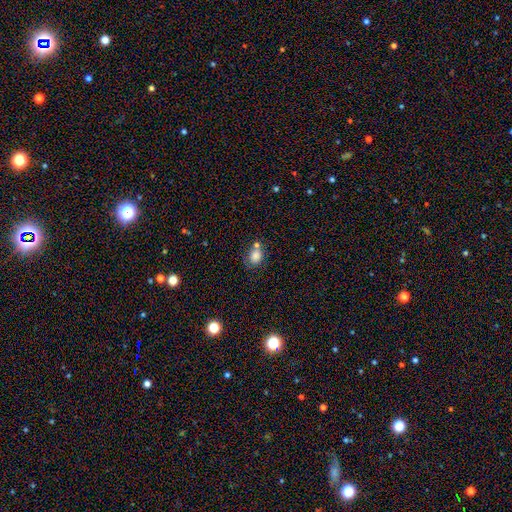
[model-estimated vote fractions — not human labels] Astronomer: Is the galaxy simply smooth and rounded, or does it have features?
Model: smooth — 80%.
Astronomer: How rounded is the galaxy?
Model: round — 52% (runner-up: in between, 46%).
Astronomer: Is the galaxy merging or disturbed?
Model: none — 51%.